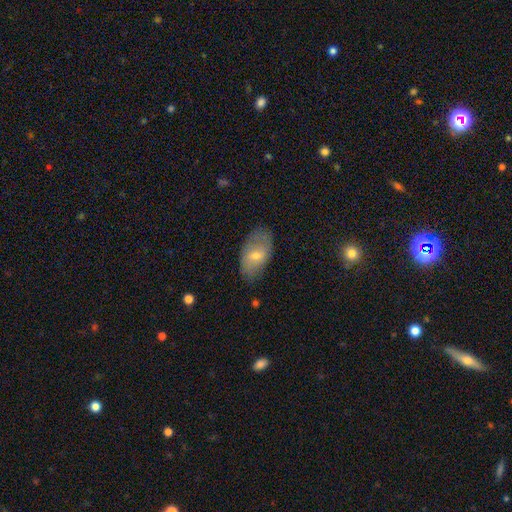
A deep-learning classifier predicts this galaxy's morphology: This appears to be a smooth galaxy with no disk features (55%) that is in between round and cigar-shaped (92%). Merging: none (75%).